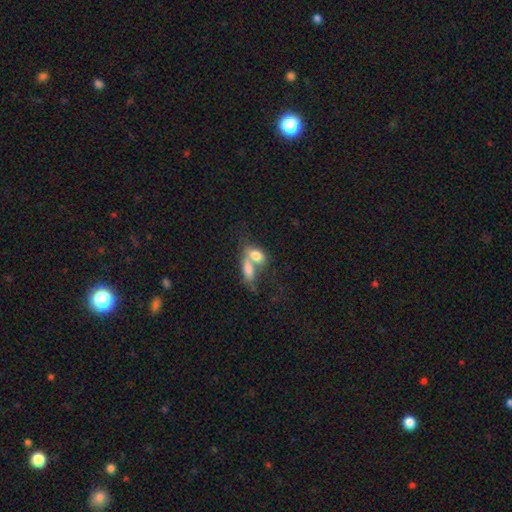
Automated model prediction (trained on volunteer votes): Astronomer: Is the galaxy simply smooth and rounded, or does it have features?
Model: smooth — 76%.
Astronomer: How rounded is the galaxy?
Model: in between — 84%.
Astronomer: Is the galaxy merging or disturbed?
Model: merger — 67%.